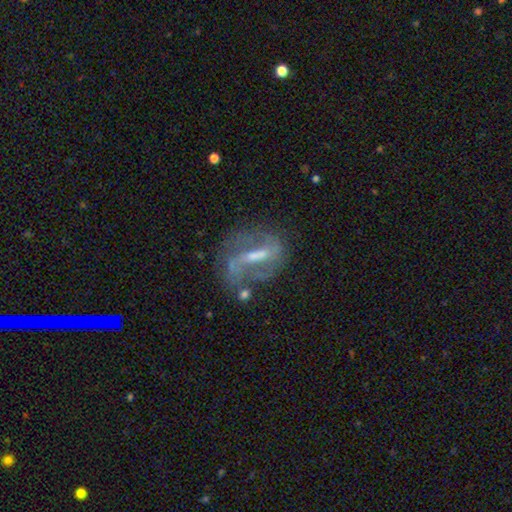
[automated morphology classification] Q: Smooth or featured?
A: featured or disk (76%); runner-up: smooth (15%)
Q: Edge-on disk?
A: no (90%); runner-up: yes (10%)
Q: Bar?
A: strong (54%); runner-up: weak (34%)
Q: Spiral arms?
A: yes (74%); runner-up: no (26%)
Q: Spiral winding?
A: medium (42%); runner-up: loose (35%)
Q: Spiral arm count?
A: 2 (70%); runner-up: can't tell (17%)
Q: Bulge size?
A: small (40%); runner-up: moderate (38%)
Q: Merging?
A: none (57%); runner-up: minor disturbance (21%)